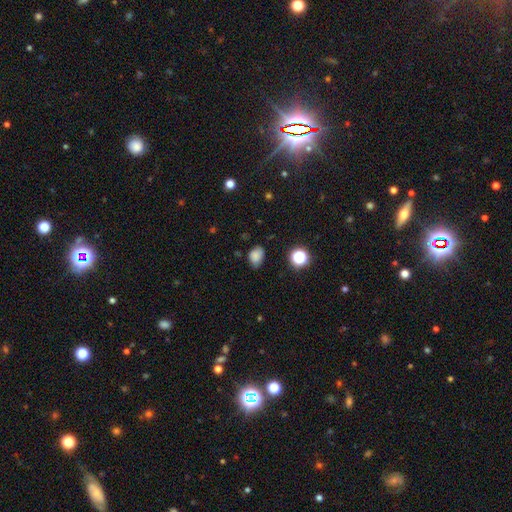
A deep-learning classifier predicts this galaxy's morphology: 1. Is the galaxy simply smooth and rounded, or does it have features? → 82% smooth, 13% star or artifact, 5% featured or disk.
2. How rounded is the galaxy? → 71% in between, 28% round, 1% cigar-shaped.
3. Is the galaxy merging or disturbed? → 69% none, 25% minor disturbance, 5% major disturbance, 2% merger.